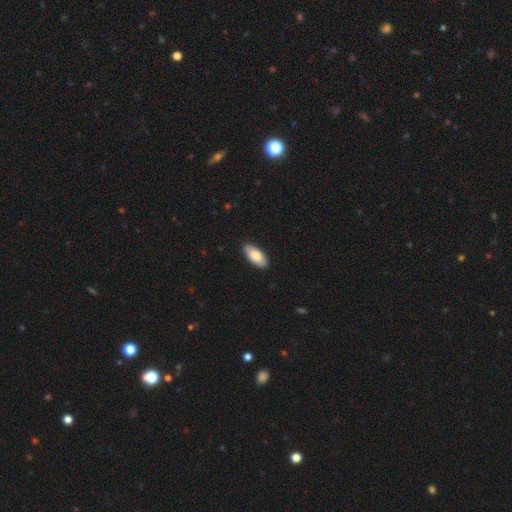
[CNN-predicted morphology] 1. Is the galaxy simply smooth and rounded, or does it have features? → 81% smooth, 13% featured or disk, 5% star or artifact.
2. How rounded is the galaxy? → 90% in between, 8% cigar-shaped, 2% round.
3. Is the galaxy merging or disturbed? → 88% none, 9% minor disturbance, 2% major disturbance, 1% merger.